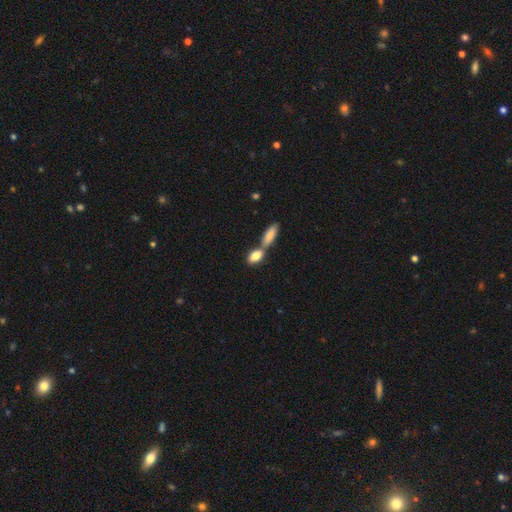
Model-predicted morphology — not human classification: The model was most divided on "merging": merger: 54%, none: 34%, minor disturbance: 8%, major disturbance: 3%. More confident: how rounded — in between (83%); smooth or featured — smooth (82%).